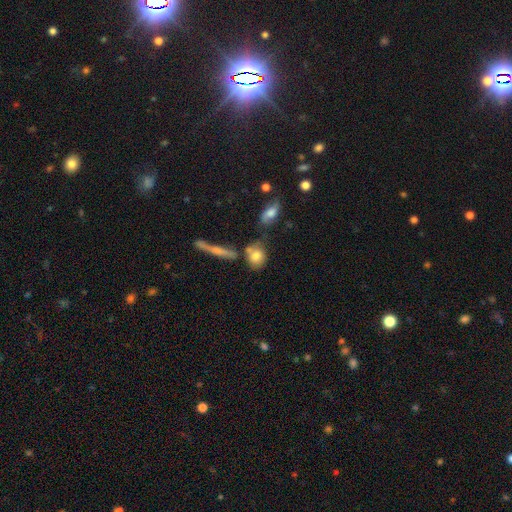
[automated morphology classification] type=smooth (76%); roundness=round (49%); merging=none (52%).